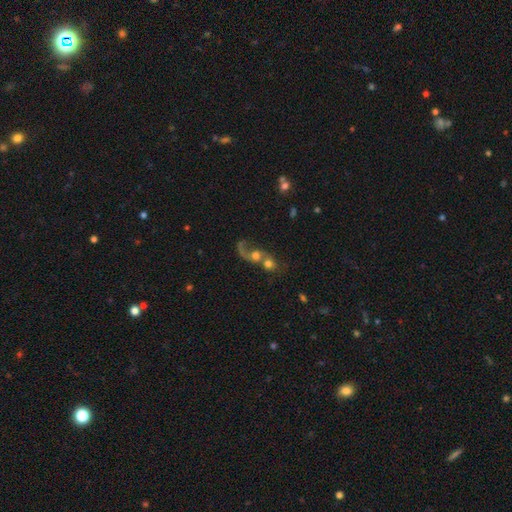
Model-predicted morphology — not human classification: type=featured or disk (49%); merging=merger (71%).